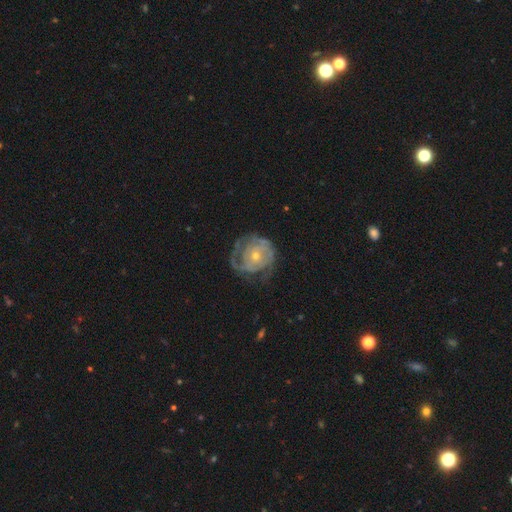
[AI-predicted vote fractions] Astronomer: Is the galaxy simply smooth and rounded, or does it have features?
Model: featured or disk — 77%.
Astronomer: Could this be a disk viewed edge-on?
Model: no — 97%.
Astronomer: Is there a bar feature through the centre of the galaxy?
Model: no — 81%.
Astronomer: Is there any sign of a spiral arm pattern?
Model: yes — 80%.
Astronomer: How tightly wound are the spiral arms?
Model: tight — 69%.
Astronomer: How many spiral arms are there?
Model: can't tell — 46% (runner-up: 2, 24%).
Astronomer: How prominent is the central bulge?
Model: small — 61%.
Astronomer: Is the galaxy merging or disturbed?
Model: none — 60%.